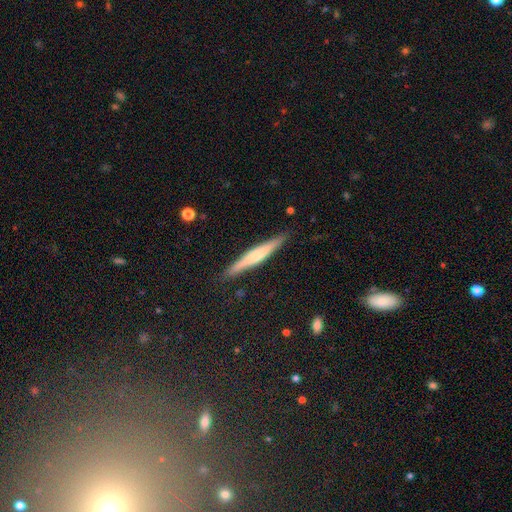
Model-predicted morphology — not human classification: The model was most divided on "smooth or featured": featured or disk: 53%, smooth: 41%, star or artifact: 7%. More confident: edge-on disk — yes (96%); merging — none (89%); edge-on bulge — rounded (52%).